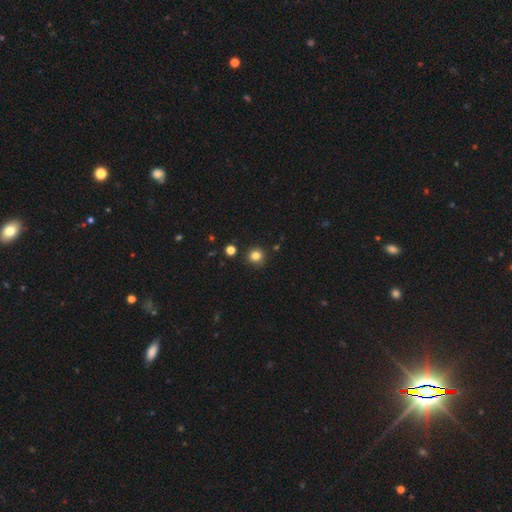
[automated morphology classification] Overall: smooth (81%). How rounded: round (93%). Merging: none (88%).